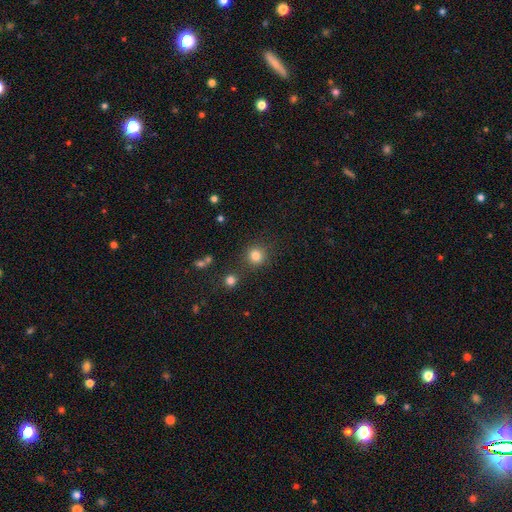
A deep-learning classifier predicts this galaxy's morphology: smooth-or-featured: smooth: 82% | star or artifact: 13% | featured or disk: 5%
  how-rounded: round: 93% | in between: 6% | cigar-shaped: 1%
  merging: none: 83% | minor disturbance: 8% | merger: 6% | major disturbance: 3%